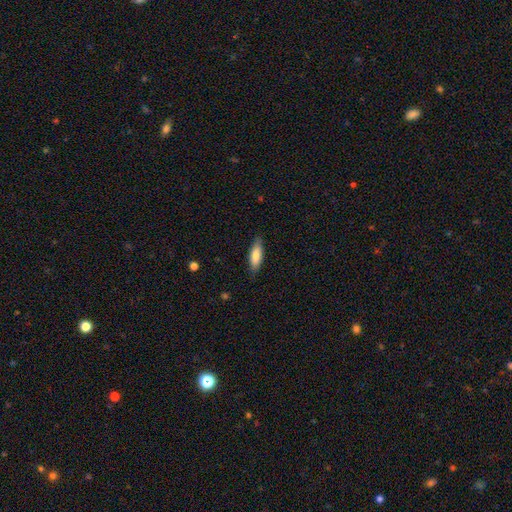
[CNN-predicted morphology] This appears to be a smooth galaxy with no disk features (80%) that is in between round and cigar-shaped (56%). Merging: none (84%).